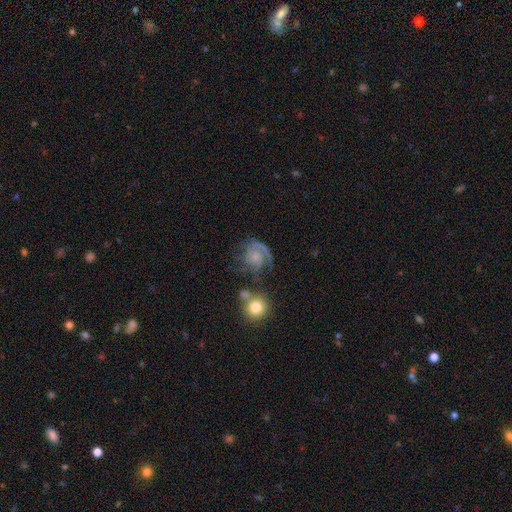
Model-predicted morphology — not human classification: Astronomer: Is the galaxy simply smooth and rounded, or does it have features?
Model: featured or disk — 74%.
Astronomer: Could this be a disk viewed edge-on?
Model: no — 98%.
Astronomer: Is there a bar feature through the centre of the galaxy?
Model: no — 74%.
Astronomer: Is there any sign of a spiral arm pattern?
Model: yes — 92%.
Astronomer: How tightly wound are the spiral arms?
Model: tight — 44% (runner-up: medium, 39%).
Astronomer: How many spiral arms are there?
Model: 1 — 45% (runner-up: 2, 32%).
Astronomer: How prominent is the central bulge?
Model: small — 38% (runner-up: moderate, 33%).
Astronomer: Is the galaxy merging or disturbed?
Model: none — 46% (runner-up: major disturbance, 24%).